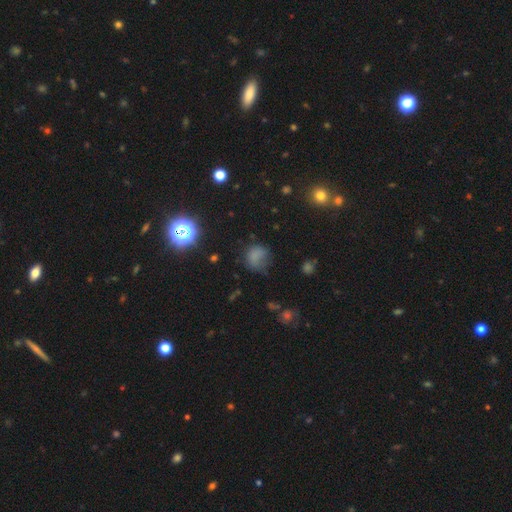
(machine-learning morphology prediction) smooth-or-featured: smooth: 69% | star or artifact: 20% | featured or disk: 11%
  how-rounded: round: 66% | in between: 33% | cigar-shaped: 1%
  merging: none: 47% | minor disturbance: 28% | major disturbance: 22% | merger: 3%